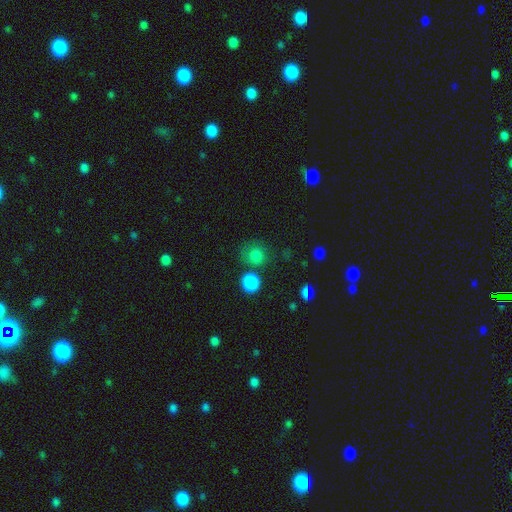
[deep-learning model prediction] smooth-or-featured: smooth: 80% | star or artifact: 14% | featured or disk: 6%
  how-rounded: round: 83% | in between: 16% | cigar-shaped: 1%
  merging: none: 66% | minor disturbance: 14% | merger: 13% | major disturbance: 7%